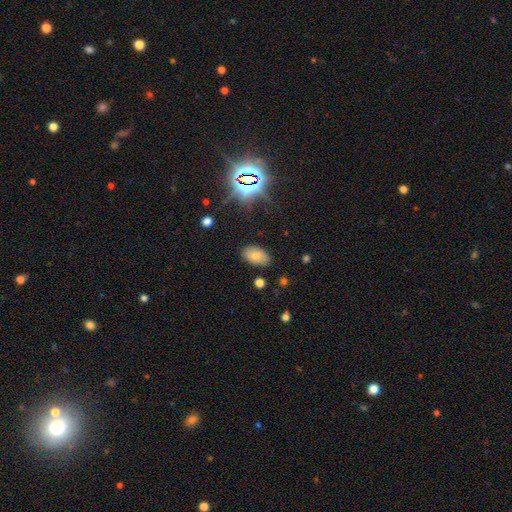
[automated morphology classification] type=smooth (73%); roundness=in between (93%); merging=none (83%).